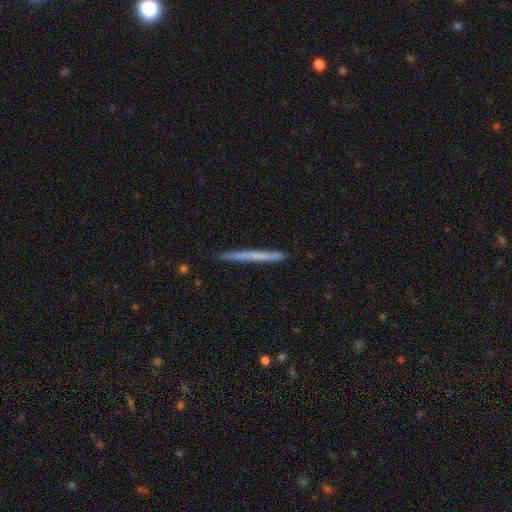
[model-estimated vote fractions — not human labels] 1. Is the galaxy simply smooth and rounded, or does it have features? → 54% smooth, 40% featured or disk, 6% star or artifact.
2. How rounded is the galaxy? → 97% cigar-shaped, 1% in between, 1% round.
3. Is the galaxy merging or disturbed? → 90% none, 7% minor disturbance, 1% major disturbance, 1% merger.